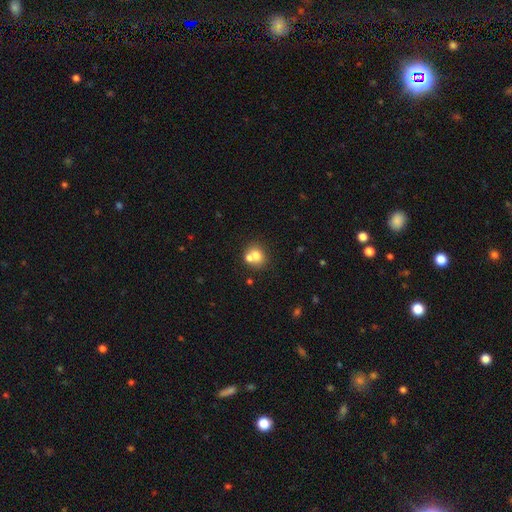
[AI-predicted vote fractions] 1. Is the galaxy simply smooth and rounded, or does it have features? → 69% smooth, 19% featured or disk, 12% star or artifact.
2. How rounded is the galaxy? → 75% round, 24% in between, 1% cigar-shaped.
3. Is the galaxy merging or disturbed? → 47% none, 41% merger, 8% minor disturbance, 3% major disturbance.